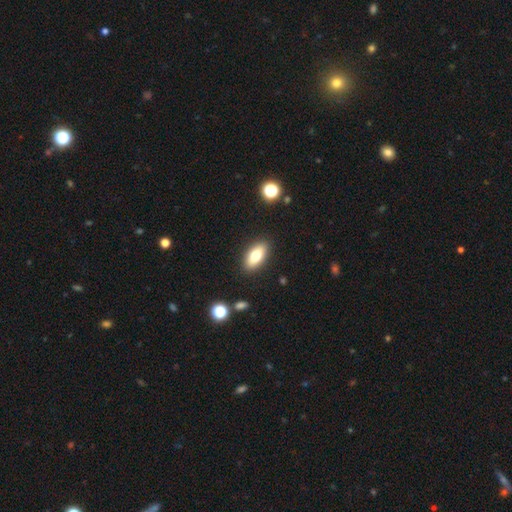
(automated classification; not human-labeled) Smooth or featured? Predicted: smooth (p=0.74). How rounded? Predicted: in between (p=0.87). Merging? Predicted: none (p=0.89).